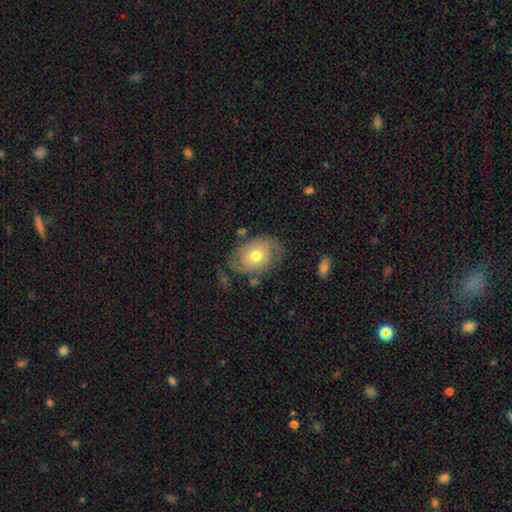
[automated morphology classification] A featured or disk galaxy (51%).

Vote fractions:
- Smooth or featured? featured or disk: 51% / smooth: 42% / star or artifact: 8%
- Edge-on disk? no: 95% / yes: 5%
- Merging? none: 62% / minor disturbance: 23% / major disturbance: 12% / merger: 3%